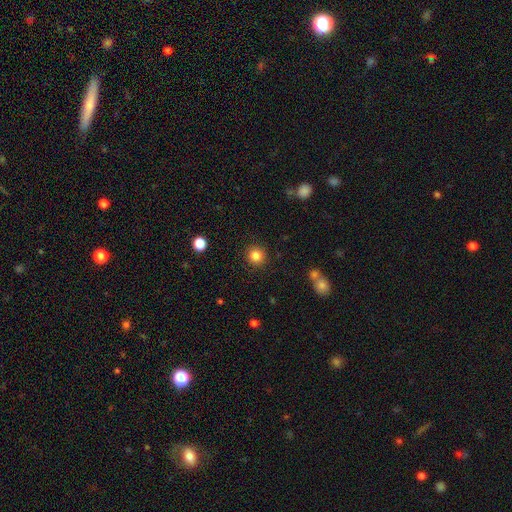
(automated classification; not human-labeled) Overall: smooth (84%). How rounded: round (94%). Merging: none (91%).